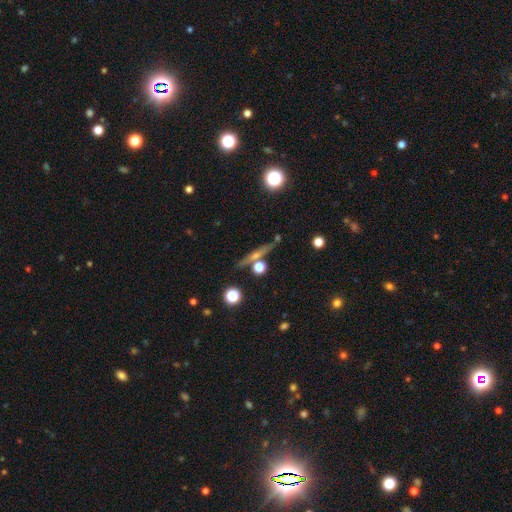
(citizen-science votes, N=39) featured or disk 77%, smooth 21%, star or artifact 3%. Down the decision tree: edge-on disk — yes (93%); edge-on bulge — rounded (75%); merging — none (97%).